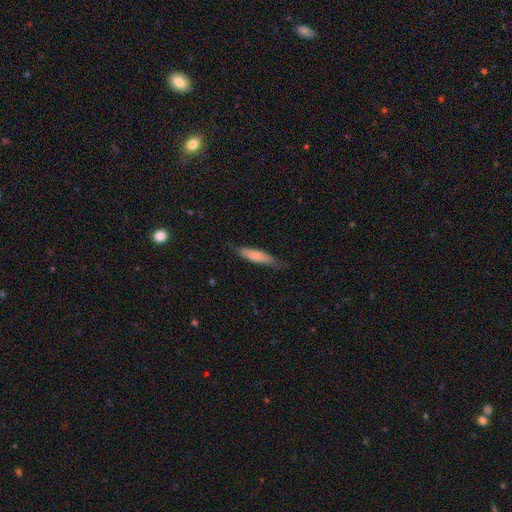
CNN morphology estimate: Overall: smooth (78%). How rounded: cigar-shaped (74%). Merging: none (74%).